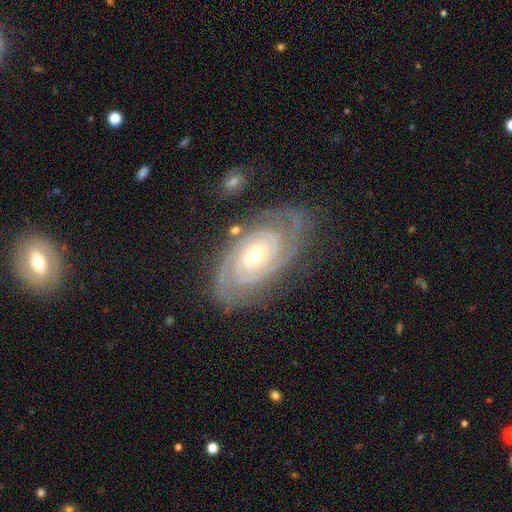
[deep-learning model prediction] A featured or disk galaxy (92%) with no bar (67%), 2 (69%) tight (80%) spiral arms (98%) and a moderate central bulge (54%).

Vote fractions:
- Smooth or featured? featured or disk: 92% / star or artifact: 5% / smooth: 4%
- Edge-on disk? no: 96% / yes: 4%
- Bar? no: 67% / weak: 22% / strong: 11%
- Spiral arms? yes: 98% / no: 2%
- Spiral winding? tight: 80% / medium: 17% / loose: 3%
- Spiral arm count? 2: 69% / 3: 13% / can't tell: 8% / 4: 4% / 1: 3% / more than 4: 3%
- Bulge size? moderate: 54% / small: 42% / large: 2% / dominant: 1% / none: 1%
- Merging? none: 82% / minor disturbance: 12% / major disturbance: 4% / merger: 2%